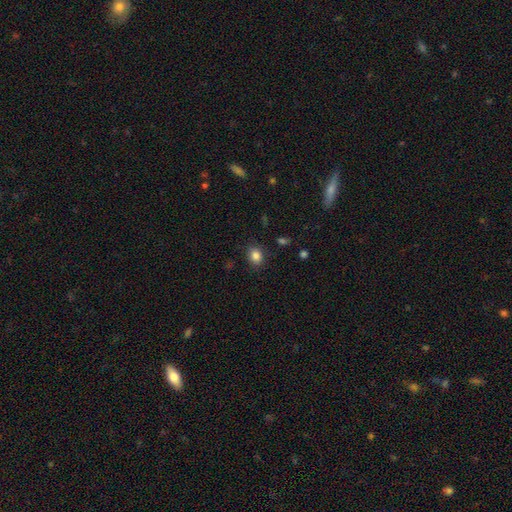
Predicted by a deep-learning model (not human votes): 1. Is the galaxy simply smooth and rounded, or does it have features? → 84% smooth, 10% star or artifact, 5% featured or disk.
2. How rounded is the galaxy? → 53% round, 46% in between, 1% cigar-shaped.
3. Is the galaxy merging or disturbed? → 84% none, 11% minor disturbance, 3% major disturbance, 1% merger.